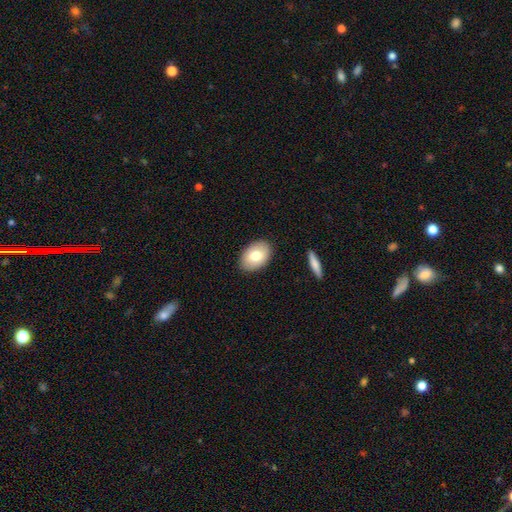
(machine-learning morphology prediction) A smooth galaxy with no disk features (74%) that is in between round and cigar-shaped (87%).

Vote fractions:
- Smooth or featured? smooth: 74% / featured or disk: 19% / star or artifact: 7%
- How rounded? in between: 87% / round: 12% / cigar-shaped: 1%
- Merging? none: 88% / minor disturbance: 8% / major disturbance: 2% / merger: 1%